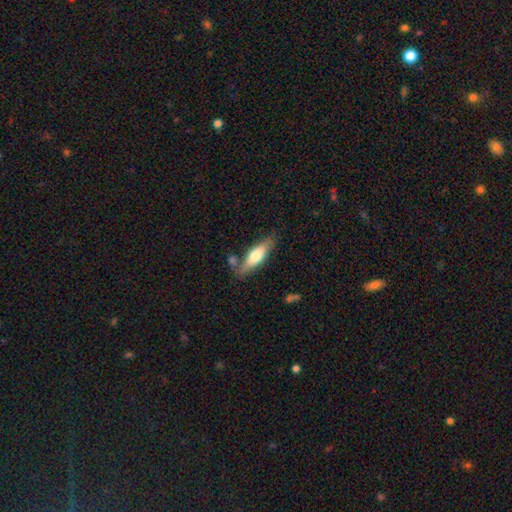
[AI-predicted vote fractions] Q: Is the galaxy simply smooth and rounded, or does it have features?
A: smooth — 59%.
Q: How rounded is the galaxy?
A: cigar-shaped — 53%.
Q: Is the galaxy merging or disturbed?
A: none — 68%.